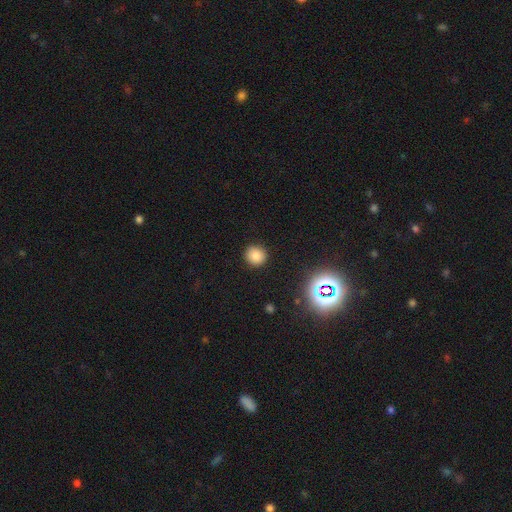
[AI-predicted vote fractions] Q: Smooth or featured?
A: smooth (80%); runner-up: star or artifact (14%)
Q: How rounded?
A: round (91%); runner-up: in between (8%)
Q: Merging?
A: none (91%); runner-up: minor disturbance (6%)